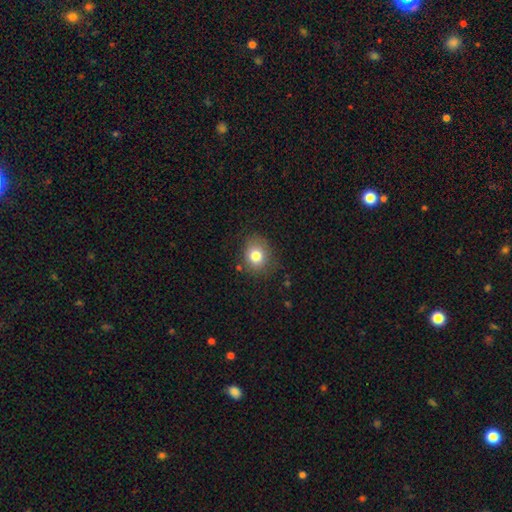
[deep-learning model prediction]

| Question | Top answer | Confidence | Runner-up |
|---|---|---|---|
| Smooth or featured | smooth | 79% | featured or disk (10%) |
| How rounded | round | 61% | in between (38%) |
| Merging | none | 78% | minor disturbance (16%) |